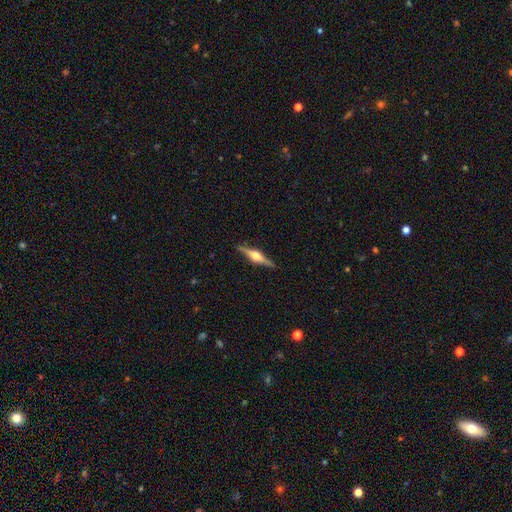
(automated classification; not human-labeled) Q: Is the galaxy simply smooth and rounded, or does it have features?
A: featured or disk — 80%.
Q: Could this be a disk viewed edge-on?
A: yes — 98%.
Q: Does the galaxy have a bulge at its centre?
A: rounded — 92%.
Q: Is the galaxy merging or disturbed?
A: none — 90%.